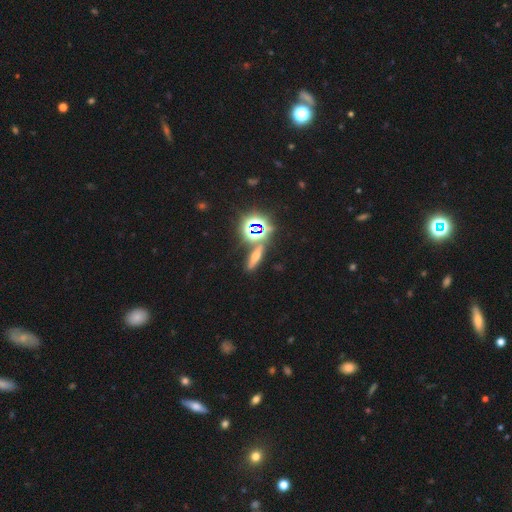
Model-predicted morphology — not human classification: smooth_or_featured: smooth (p=0.41) [alt: star or artifact p=0.38]
merging: none (p=0.76) [alt: minor disturbance p=0.10]